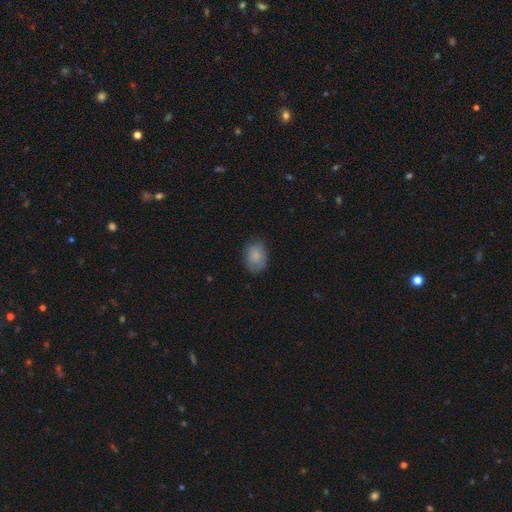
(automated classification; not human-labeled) This is clearly a smooth galaxy (84%). How rounded: likely in between (65%). Merging: likely none (74%).